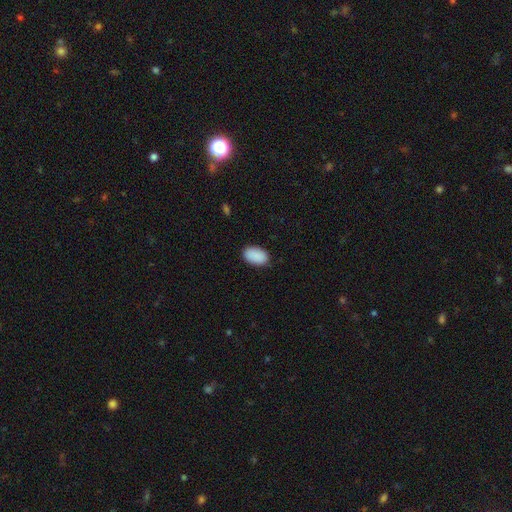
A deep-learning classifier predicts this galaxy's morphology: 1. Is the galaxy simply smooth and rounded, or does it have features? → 91% smooth, 6% star or artifact, 3% featured or disk.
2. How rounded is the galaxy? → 93% in between, 6% round, 1% cigar-shaped.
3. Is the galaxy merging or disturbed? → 85% none, 11% minor disturbance, 2% major disturbance, 1% merger.